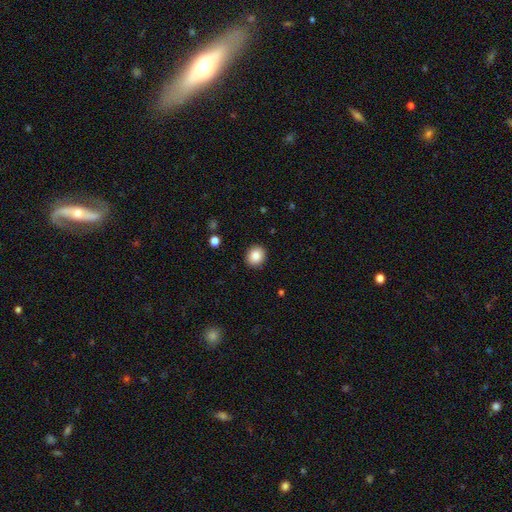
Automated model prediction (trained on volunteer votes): Smooth or featured: smooth — 86% (star or artifact — 9%)
How rounded: round — 80% (in between — 19%)
Merging: none — 91% (minor disturbance — 6%)